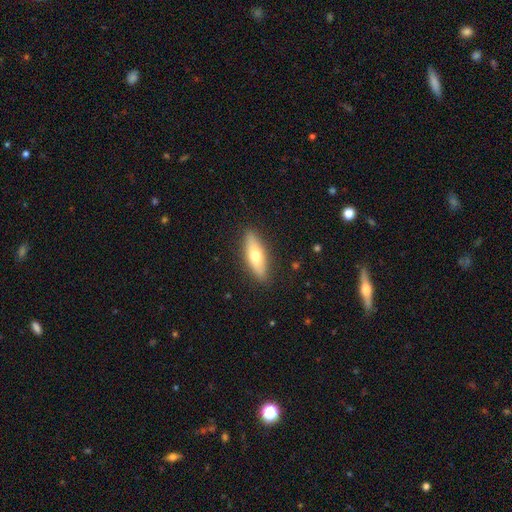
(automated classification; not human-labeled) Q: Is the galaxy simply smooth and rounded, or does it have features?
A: smooth — 61%.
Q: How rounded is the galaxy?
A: in between — 53%.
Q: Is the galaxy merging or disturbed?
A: none — 87%.